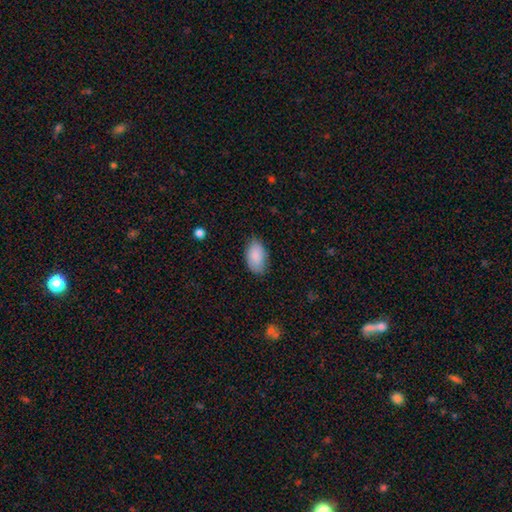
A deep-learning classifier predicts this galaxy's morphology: Smooth or featured? Predicted: smooth (p=0.88). How rounded? Predicted: in between (p=0.94). Merging? Predicted: none (p=0.78).